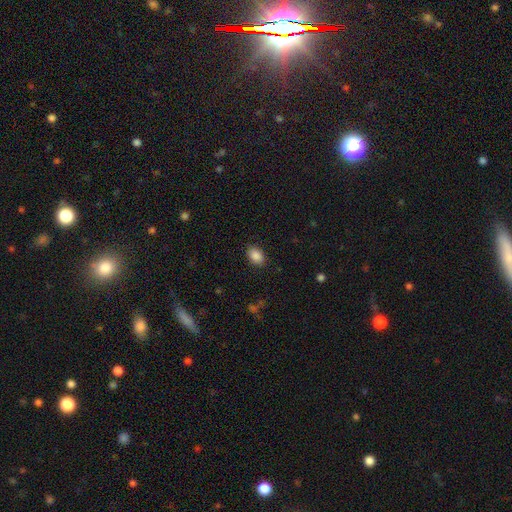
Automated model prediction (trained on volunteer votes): Overall: smooth (88%). How rounded: in between (83%). Merging: none (88%).